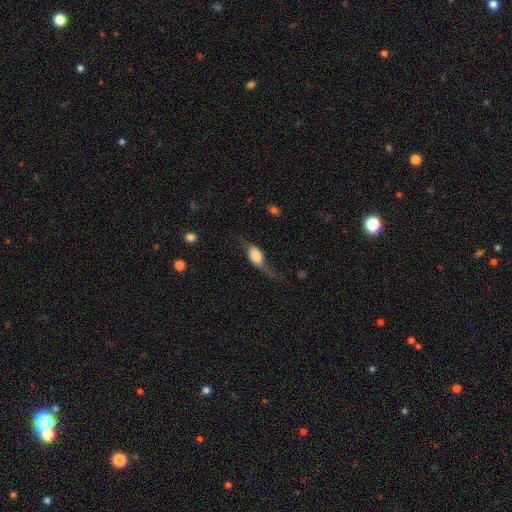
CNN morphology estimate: smooth_or_featured: featured or disk (p=0.47) [alt: smooth p=0.45]
merging: none (p=0.42) [alt: major disturbance p=0.30]